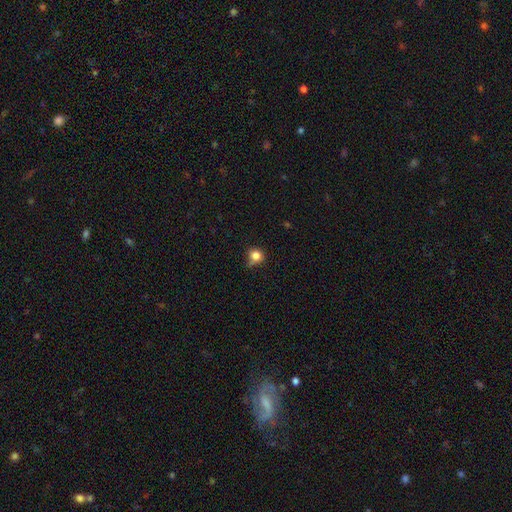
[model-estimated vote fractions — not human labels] Smooth or featured? smooth (82%)
How rounded? round (82%)
Merging? none (60%)